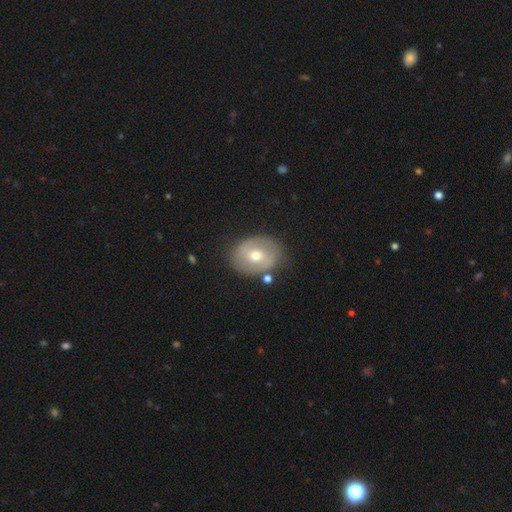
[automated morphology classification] type=featured or disk (51%); edge-on=no (94%); merging=none (78%).